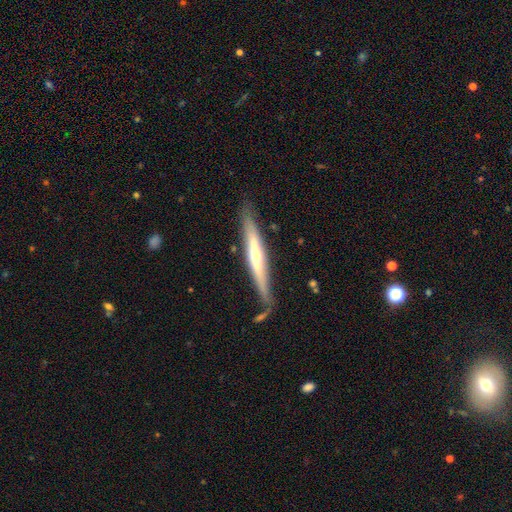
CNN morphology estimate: The model was most divided on "smooth or featured": featured or disk: 62%, smooth: 32%, star or artifact: 6%. More confident: edge-on disk — yes (91%); merging — none (76%); edge-on bulge — rounded (65%).